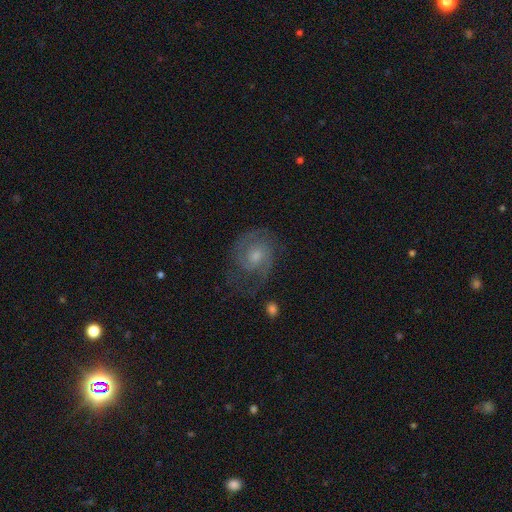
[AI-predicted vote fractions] A featured or disk galaxy (77%) with no bar (61%), 2 (70%) medium (45%) spiral arms (93%) and a small central bulge (51%). Merging: none (62%).